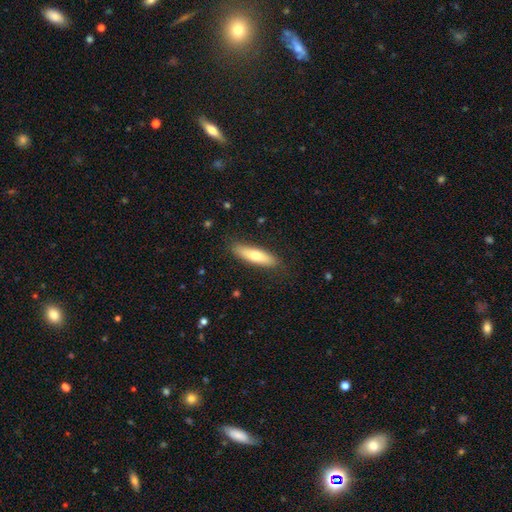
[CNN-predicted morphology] Smooth or featured? smooth (65%)
How rounded? cigar-shaped (65%)
Merging? none (87%)